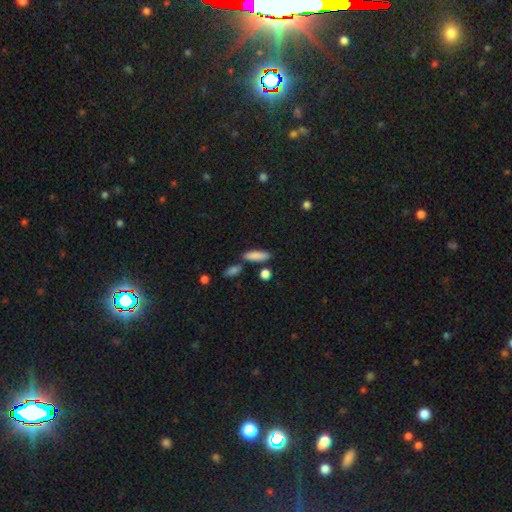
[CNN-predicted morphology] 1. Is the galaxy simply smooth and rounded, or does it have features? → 84% smooth, 8% featured or disk, 8% star or artifact.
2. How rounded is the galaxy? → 50% cigar-shaped, 47% in between, 4% round.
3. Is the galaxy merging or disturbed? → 73% none, 13% minor disturbance, 11% merger, 3% major disturbance.